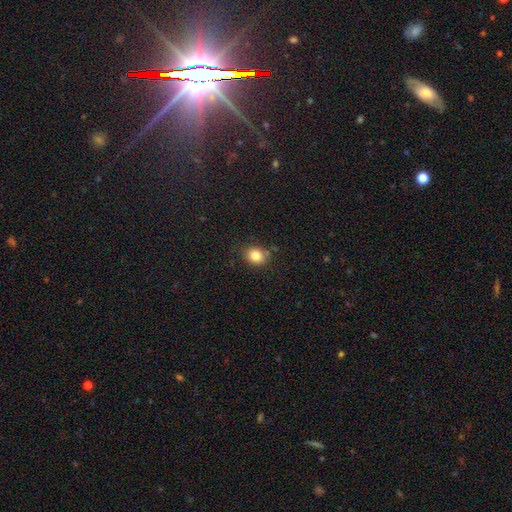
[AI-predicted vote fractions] smooth-or-featured: smooth: 82% | star or artifact: 11% | featured or disk: 7%
  how-rounded: round: 63% | in between: 36% | cigar-shaped: 1%
  merging: none: 81% | minor disturbance: 12% | merger: 4% | major disturbance: 3%